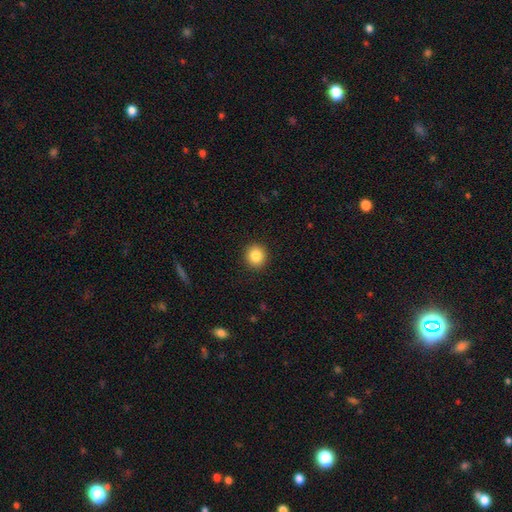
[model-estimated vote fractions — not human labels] Smooth or featured? smooth (86%)
How rounded? round (89%)
Merging? none (92%)